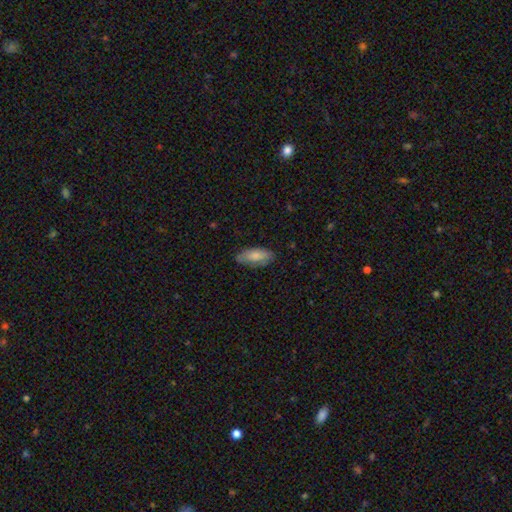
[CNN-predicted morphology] type=smooth (81%); roundness=in between (81%); merging=none (76%).